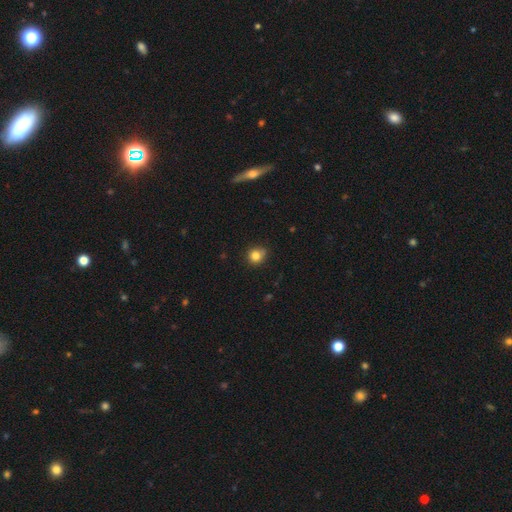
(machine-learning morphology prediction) Q: Smooth or featured?
A: smooth (83%); runner-up: star or artifact (12%)
Q: How rounded?
A: round (86%); runner-up: in between (13%)
Q: Merging?
A: none (74%); runner-up: minor disturbance (20%)